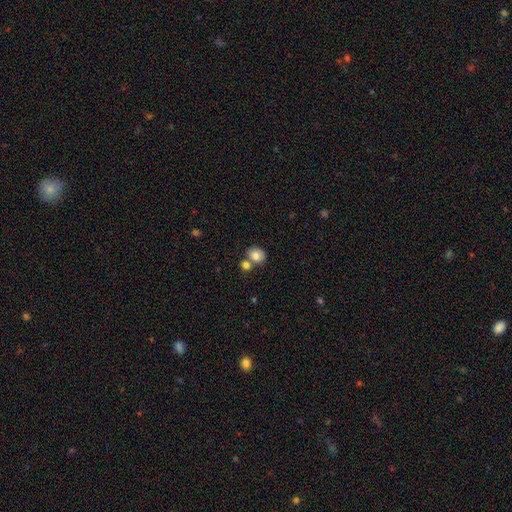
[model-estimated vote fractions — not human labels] A smooth galaxy with no disk features (79%) that is round (63%).

Vote fractions:
- Smooth or featured? smooth: 79% / featured or disk: 12% / star or artifact: 9%
- How rounded? round: 63% / in between: 36% / cigar-shaped: 1%
- Merging? none: 51% / merger: 36% / minor disturbance: 10% / major disturbance: 3%